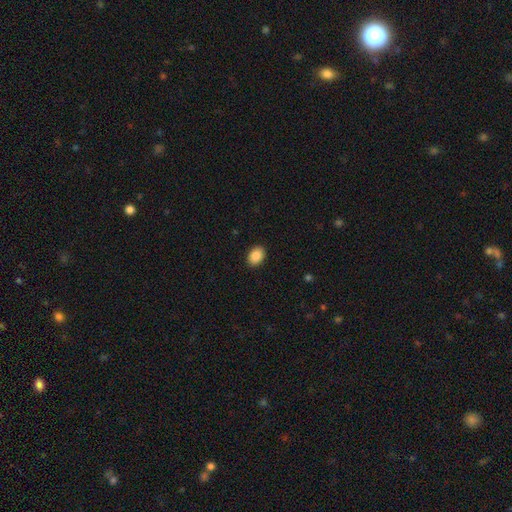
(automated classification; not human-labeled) Smooth or featured? smooth (89%)
How rounded? in between (79%)
Merging? none (90%)